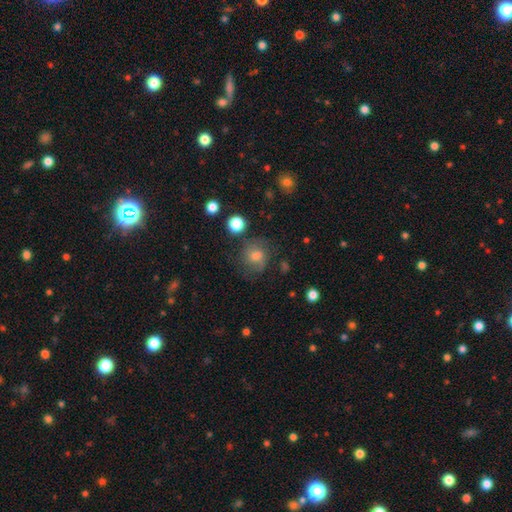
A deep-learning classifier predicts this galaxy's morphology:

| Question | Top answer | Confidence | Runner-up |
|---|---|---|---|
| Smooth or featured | smooth | 46% | featured or disk (36%) |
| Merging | none | 68% | minor disturbance (19%) |